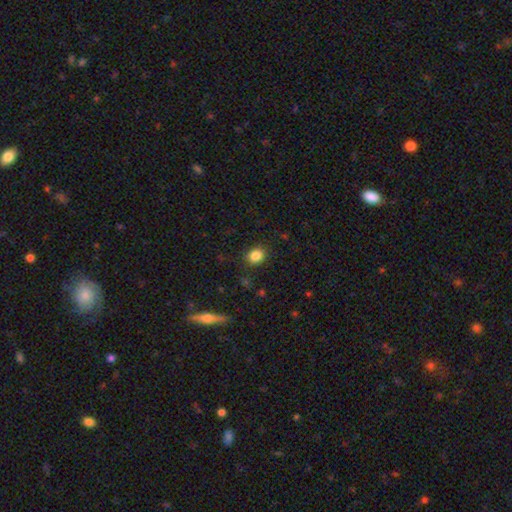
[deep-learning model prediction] This is clearly a smooth galaxy (85%). How rounded: likely round (65%). Merging: clearly none (88%).